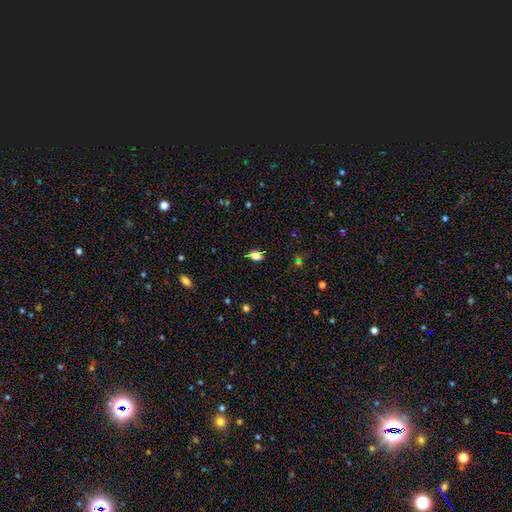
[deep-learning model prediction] Smooth or featured? Predicted: smooth (p=0.75). How rounded? Predicted: in between (p=0.83). Merging? Predicted: none (p=0.80).